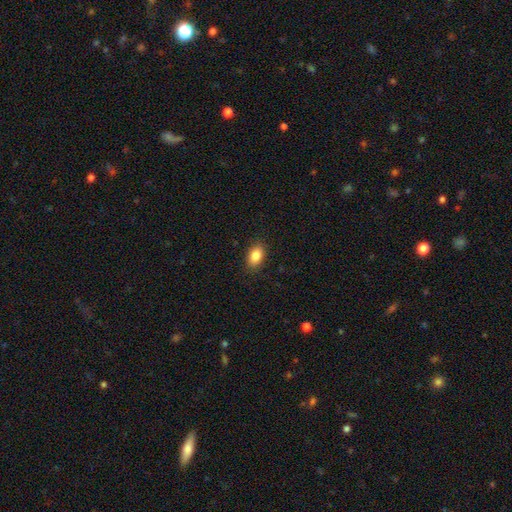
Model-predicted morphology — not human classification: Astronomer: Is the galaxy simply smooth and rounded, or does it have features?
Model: smooth — 85%.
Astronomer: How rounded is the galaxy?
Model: in between — 87%.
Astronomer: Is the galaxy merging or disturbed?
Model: none — 88%.